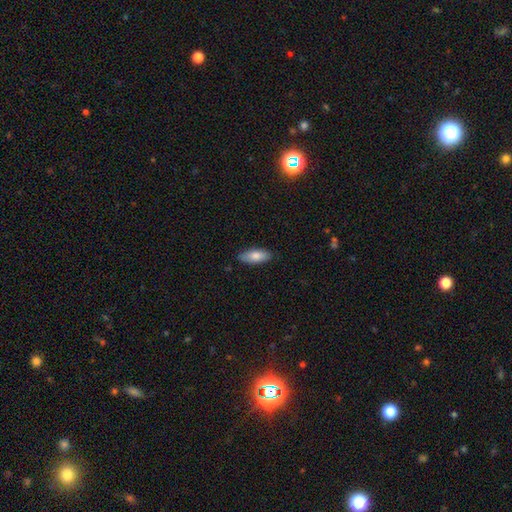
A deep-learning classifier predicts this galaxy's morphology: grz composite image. It shows a smooth galaxy with no disk features (81%) that is in between round and cigar-shaped (79%). Merging: none (86%).